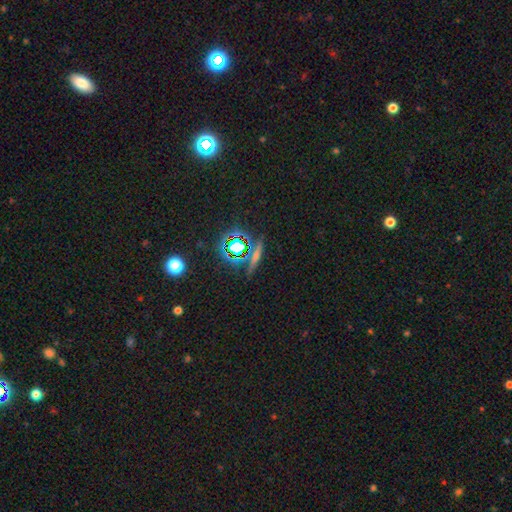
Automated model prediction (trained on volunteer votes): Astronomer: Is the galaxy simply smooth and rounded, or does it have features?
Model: star or artifact — 41% (runner-up: smooth, 34%).